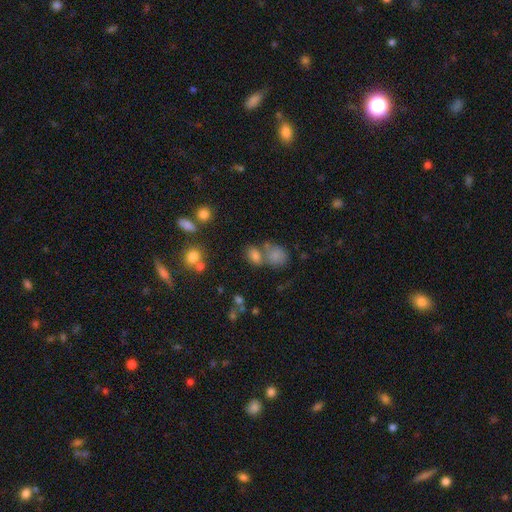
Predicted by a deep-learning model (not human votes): This appears to be a smooth galaxy with no disk features (73%) that is in between round and cigar-shaped (69%). Merging: none (47%).